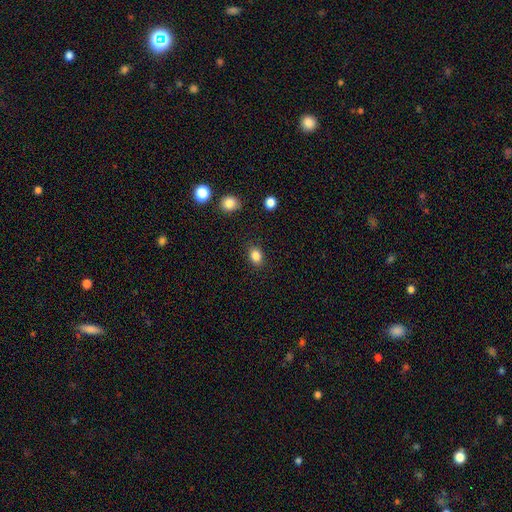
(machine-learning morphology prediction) smooth_or_featured: smooth (p=0.85) [alt: star or artifact p=0.10]
how_rounded: in between (p=0.66) [alt: round p=0.33]
merging: none (p=0.87) [alt: minor disturbance p=0.09]